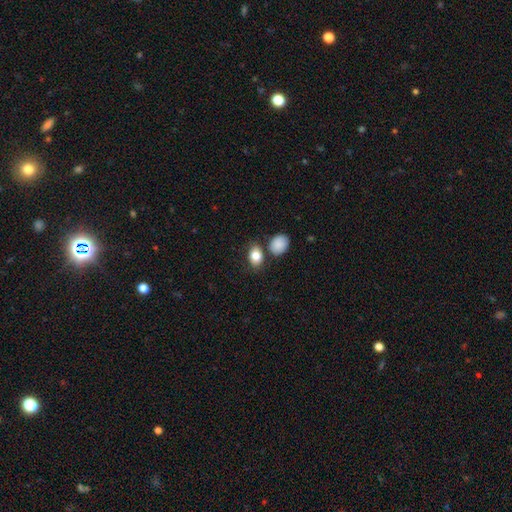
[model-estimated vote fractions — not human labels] This appears to be a smooth galaxy with no disk features (83%) that is in between round and cigar-shaped (72%). Merging: none (66%).